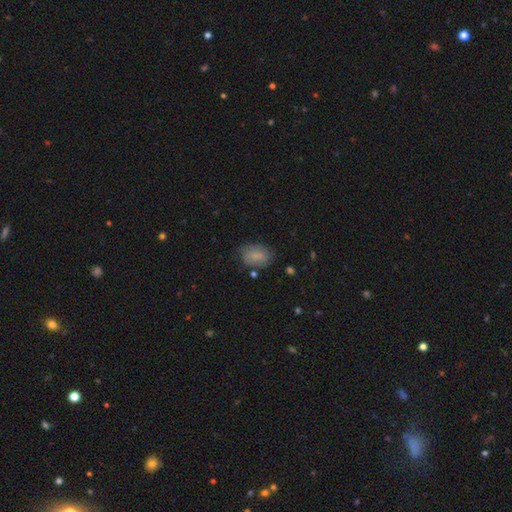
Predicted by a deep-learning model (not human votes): This is likely a smooth galaxy (77%). How rounded: clearly in between (80%). Merging: likely none (71%).